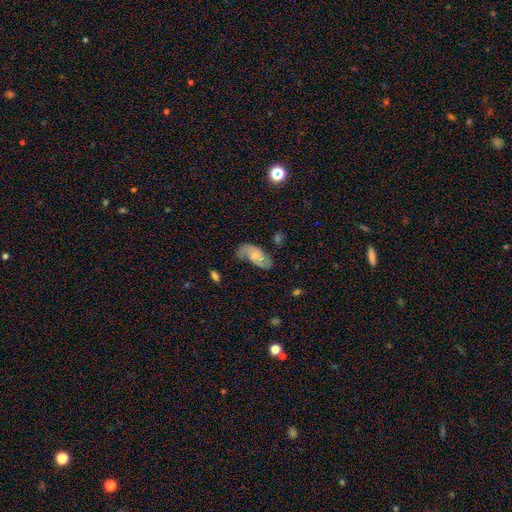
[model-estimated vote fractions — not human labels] Smooth or featured?
  - featured or disk: 52% *
  - smooth: 40%
  - star or artifact: 7%
Edge-on disk?
  - no: 94% *
  - yes: 6%
Merging?
  - none: 54% *
  - minor disturbance: 27%
  - major disturbance: 16%
  - merger: 3%